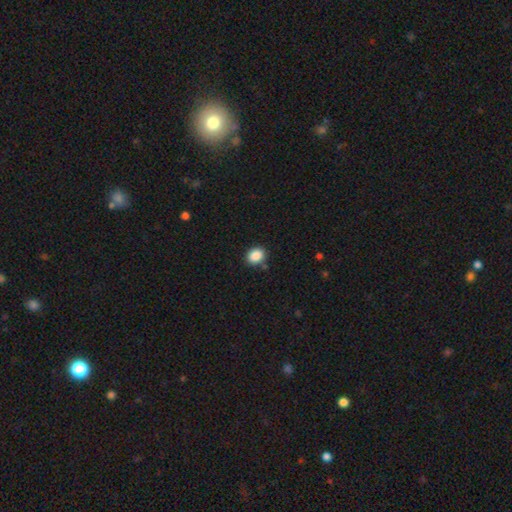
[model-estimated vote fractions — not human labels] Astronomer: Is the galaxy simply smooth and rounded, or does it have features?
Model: smooth — 88%.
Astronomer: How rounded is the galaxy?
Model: in between — 50% (runner-up: round, 49%).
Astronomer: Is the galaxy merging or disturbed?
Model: none — 84%.